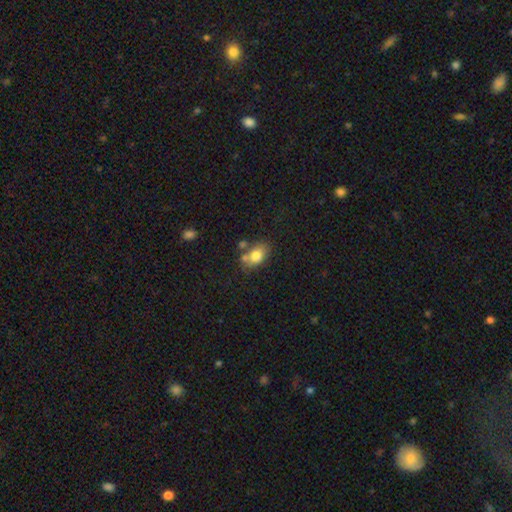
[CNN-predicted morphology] Smooth or featured: smooth — 77% (featured or disk — 15%)
How rounded: in between — 81% (round — 18%)
Merging: none — 56% (merger — 20%)